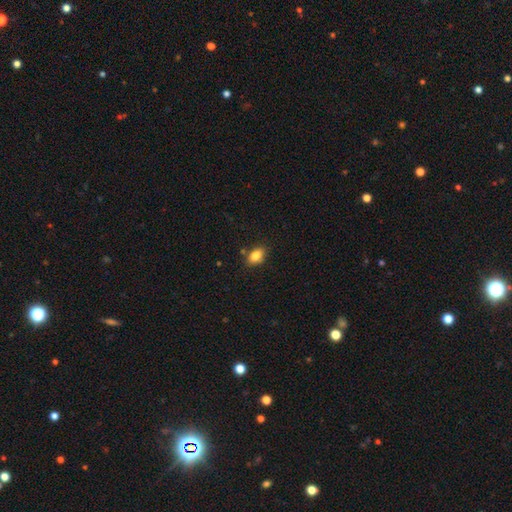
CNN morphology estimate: smooth 84%, star or artifact 9%, featured or disk 8%. Down the decision tree: how rounded — in between (85%); merging — none (81%).